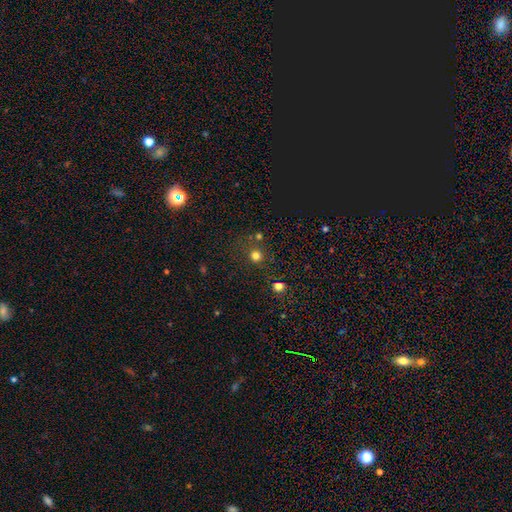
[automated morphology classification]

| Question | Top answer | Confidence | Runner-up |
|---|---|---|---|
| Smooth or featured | smooth | 71% | star or artifact (23%) |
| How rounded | round | 92% | in between (7%) |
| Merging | none | 76% | merger (10%) |